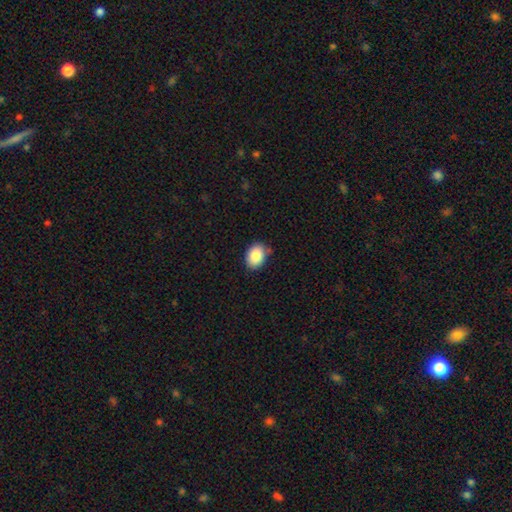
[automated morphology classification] This appears to be a smooth galaxy with no disk features (86%) that is in between round and cigar-shaped (72%). Merging: none (79%).